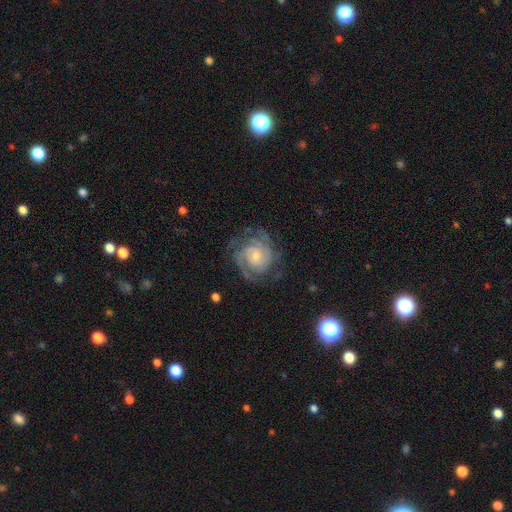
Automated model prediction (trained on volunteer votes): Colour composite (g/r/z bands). It shows a featured or disk galaxy (85%) with no bar (66%), 2 (27%) tight (63%) spiral arms (96%) and a small central bulge (56%). Merging: none (71%).